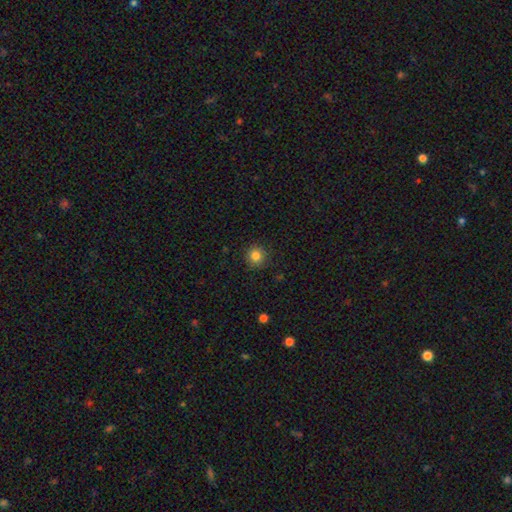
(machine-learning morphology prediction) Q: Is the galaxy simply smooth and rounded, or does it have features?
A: smooth — 83%.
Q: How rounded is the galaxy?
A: round — 94%.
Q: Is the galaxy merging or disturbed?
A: none — 90%.